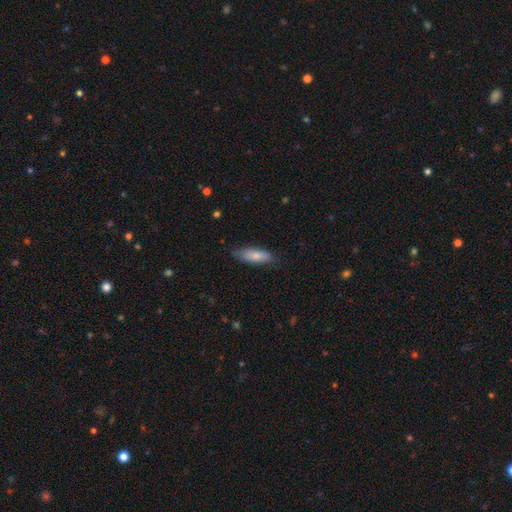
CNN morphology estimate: Q: Smooth or featured?
A: smooth (79%); runner-up: featured or disk (15%)
Q: How rounded?
A: in between (66%); runner-up: cigar-shaped (32%)
Q: Merging?
A: none (76%); runner-up: minor disturbance (20%)